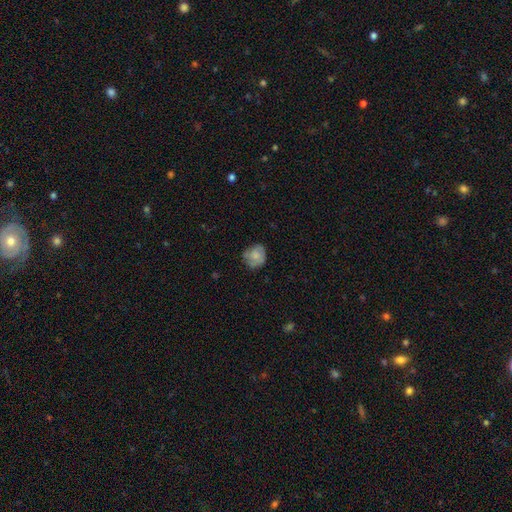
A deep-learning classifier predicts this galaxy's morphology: smooth-or-featured: smooth: 68% | featured or disk: 24% | star or artifact: 8%
  how-rounded: round: 73% | in between: 26% | cigar-shaped: 1%
  merging: none: 64% | minor disturbance: 26% | major disturbance: 8% | merger: 2%